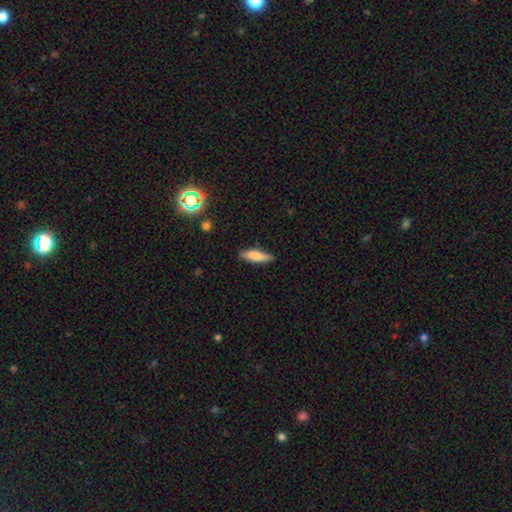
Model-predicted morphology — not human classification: smooth 78%, featured or disk 15%, star or artifact 7%. Down the decision tree: how rounded — cigar-shaped (65%); merging — none (84%).